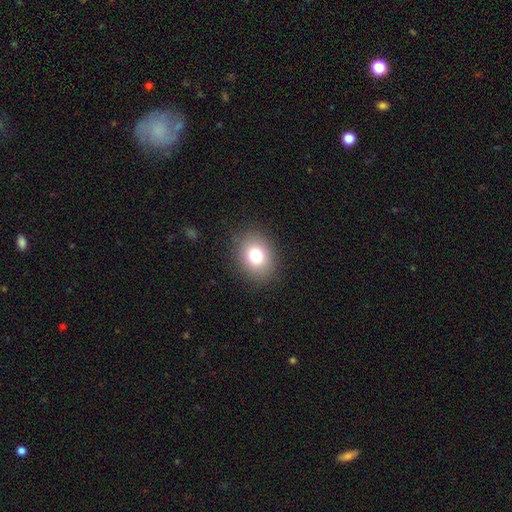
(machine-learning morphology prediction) A smooth galaxy with no disk features (79%) that is in between round and cigar-shaped (54%). Merging: none (87%).